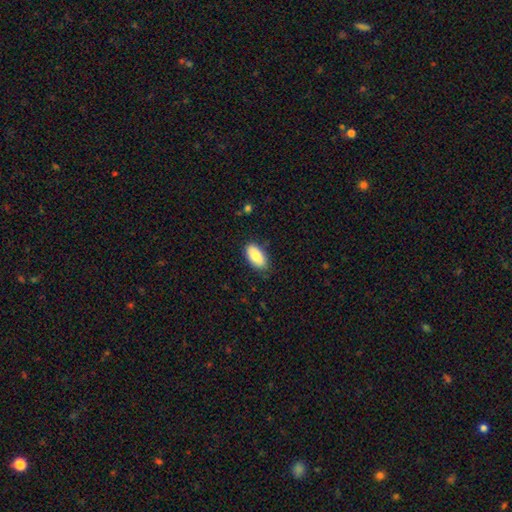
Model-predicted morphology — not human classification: Overall: smooth (84%). How rounded: in between (94%). Merging: none (81%).